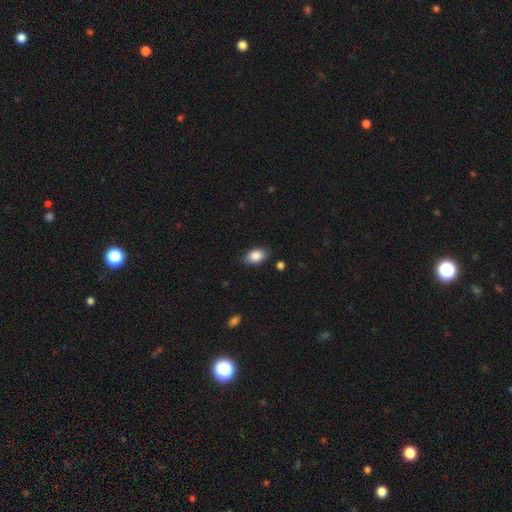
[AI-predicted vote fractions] Q: Smooth or featured?
A: smooth (86%); runner-up: star or artifact (7%)
Q: How rounded?
A: in between (90%); runner-up: round (8%)
Q: Merging?
A: none (82%); runner-up: minor disturbance (14%)